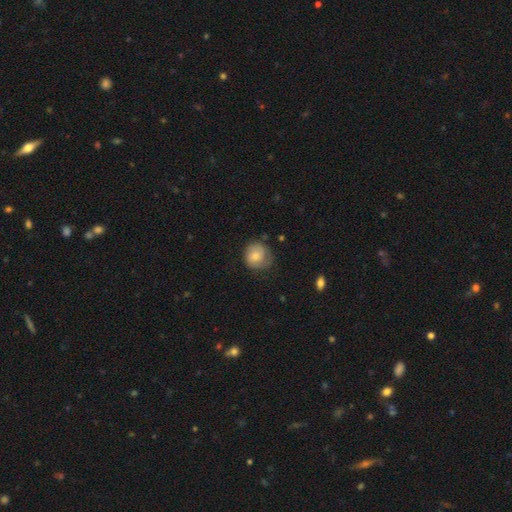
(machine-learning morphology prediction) smooth_or_featured: smooth (p=0.64) [alt: featured or disk p=0.29]
how_rounded: round (p=0.84) [alt: in between p=0.15]
merging: none (p=0.59) [alt: minor disturbance p=0.28]